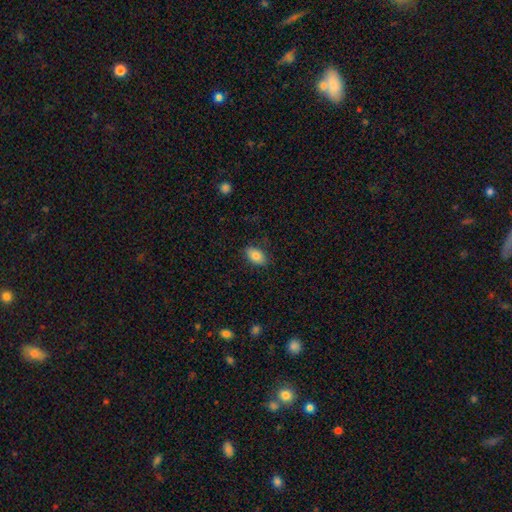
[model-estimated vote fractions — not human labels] Morphology: type=smooth (83%); roundness=in between (91%); merging=none (84%).